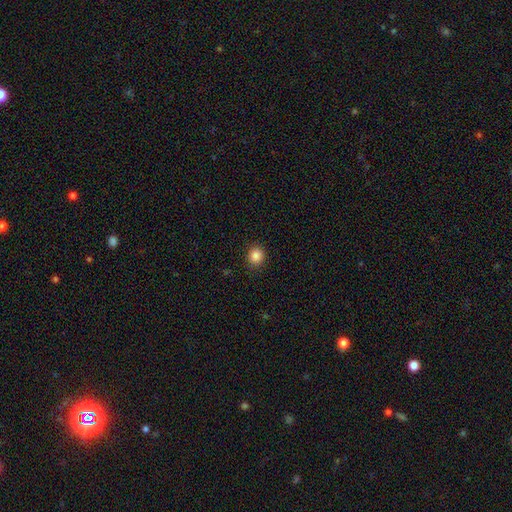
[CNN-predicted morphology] Smooth or featured: smooth — 86% (star or artifact — 11%)
How rounded: round — 83% (in between — 16%)
Merging: none — 90% (minor disturbance — 7%)